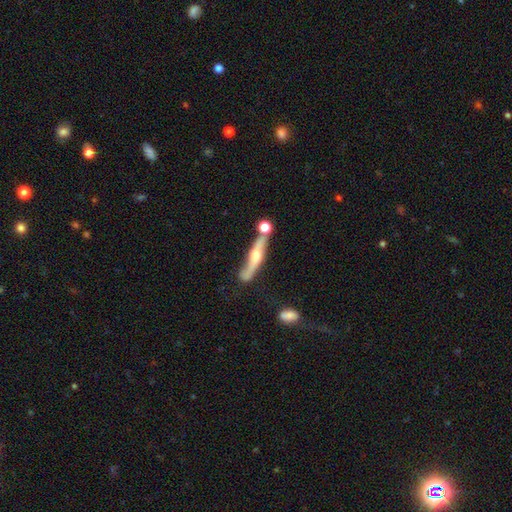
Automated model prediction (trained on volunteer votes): Smooth or featured: featured or disk — 67% (smooth — 27%)
Edge-on disk: yes — 76% (no — 24%)
Edge-on bulge: rounded — 81% (none — 10%)
Merging: none — 58% (minor disturbance — 19%)